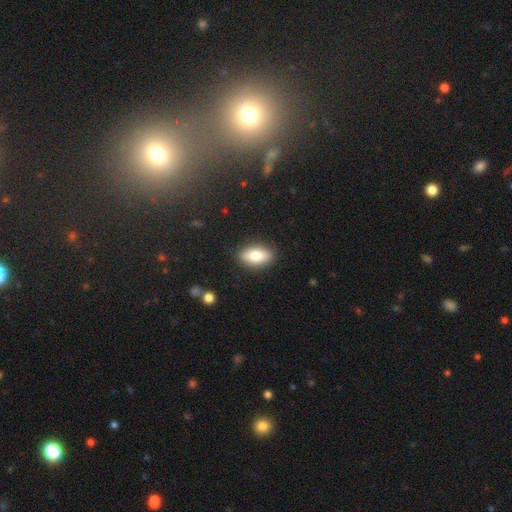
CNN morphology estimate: type=smooth (80%); roundness=in between (90%); merging=none (88%).